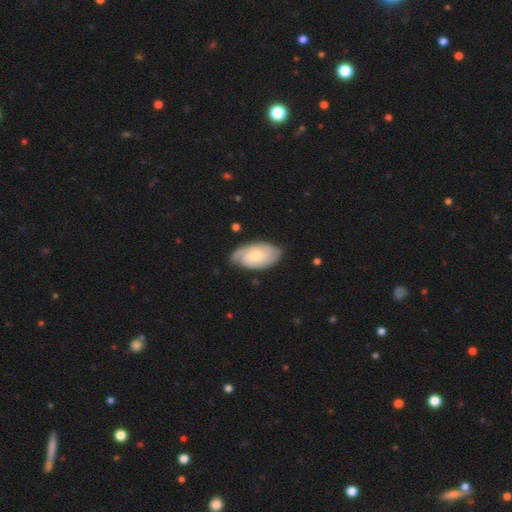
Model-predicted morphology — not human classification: Smooth or featured? Predicted: featured or disk (p=0.67). Edge-on disk? Predicted: no (p=0.95). Bar? Predicted: no (p=0.72). Spiral arms? Predicted: yes (p=0.91). Spiral winding? Predicted: tight (p=0.59). Spiral arm count? Predicted: 2 (p=0.44). Bulge size? Predicted: moderate (p=0.49). Merging? Predicted: none (p=0.71).